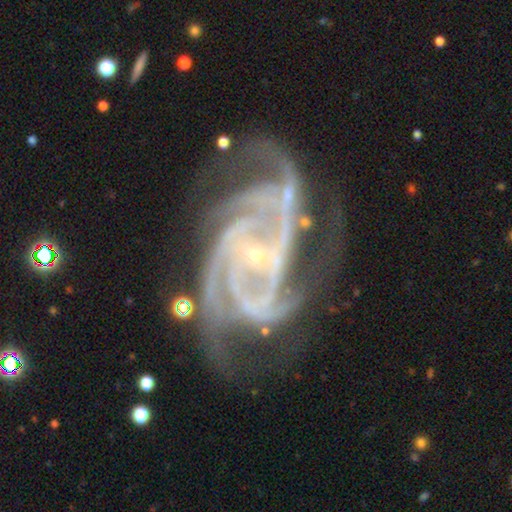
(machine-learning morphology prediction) This appears to be a featured or disk galaxy (93%) with no bar (50%), 3 (33%) tight (49%) spiral arms (99%) and a small central bulge (88%). Merging: none (55%).